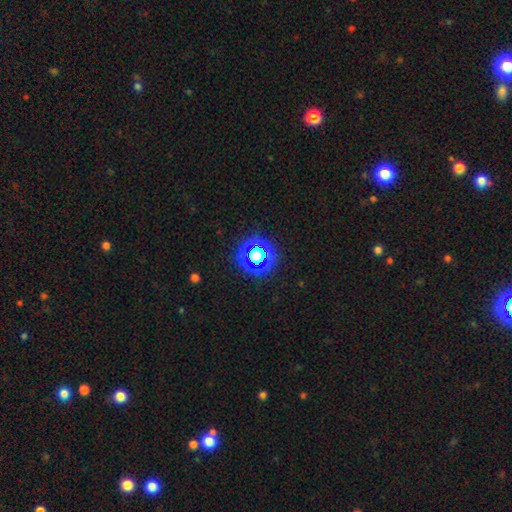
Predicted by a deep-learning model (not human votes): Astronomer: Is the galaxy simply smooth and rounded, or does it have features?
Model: star or artifact — 55% (runner-up: smooth, 34%).